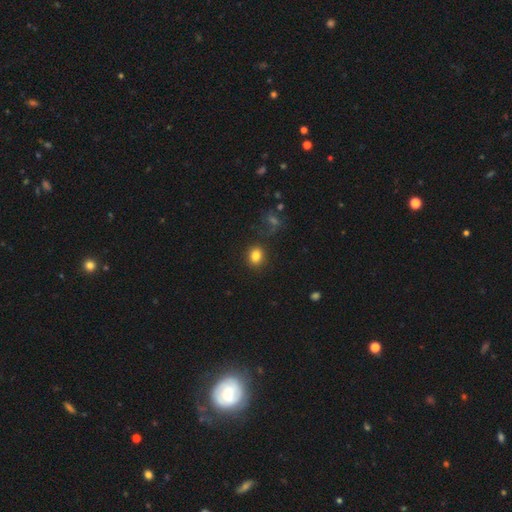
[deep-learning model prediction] smooth-or-featured: smooth: 84% | star or artifact: 11% | featured or disk: 6%
  how-rounded: round: 54% | in between: 45% | cigar-shaped: 1%
  merging: none: 85% | minor disturbance: 9% | major disturbance: 3% | merger: 2%